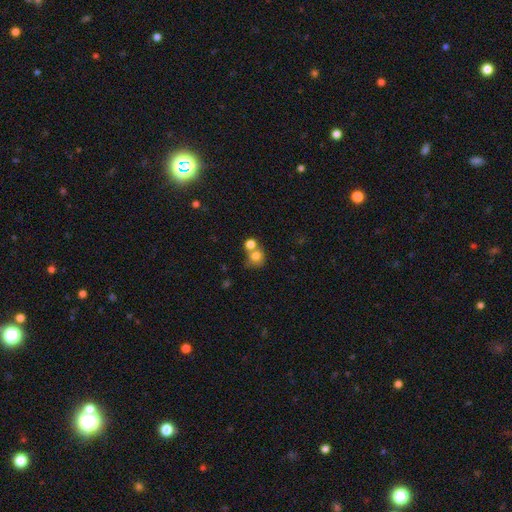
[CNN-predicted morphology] Smooth or featured?
  - smooth: 77% *
  - featured or disk: 12%
  - star or artifact: 11%
How rounded?
  - round: 77% *
  - in between: 22%
  - cigar-shaped: 1%
Merging?
  - merger: 48% *
  - none: 39%
  - minor disturbance: 9%
  - major disturbance: 5%